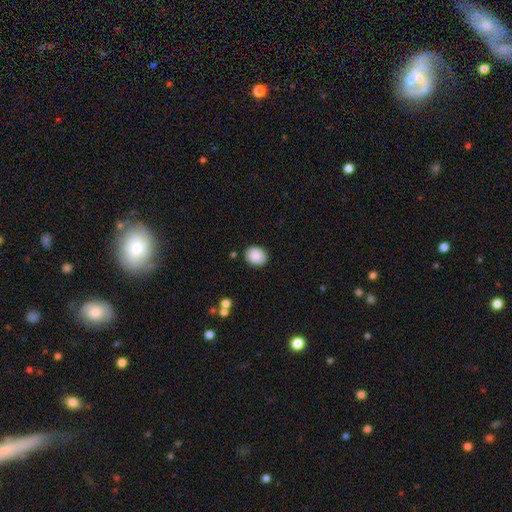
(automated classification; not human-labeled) Smooth or featured: smooth — 89% (star or artifact — 7%)
How rounded: round — 63% (in between — 36%)
Merging: none — 87% (minor disturbance — 9%)